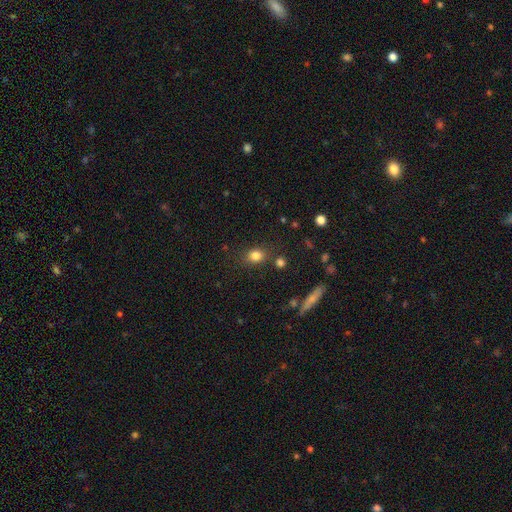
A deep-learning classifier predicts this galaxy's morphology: Smooth or featured? Predicted: smooth (p=0.81). How rounded? Predicted: in between (p=0.52). Merging? Predicted: none (p=0.77).